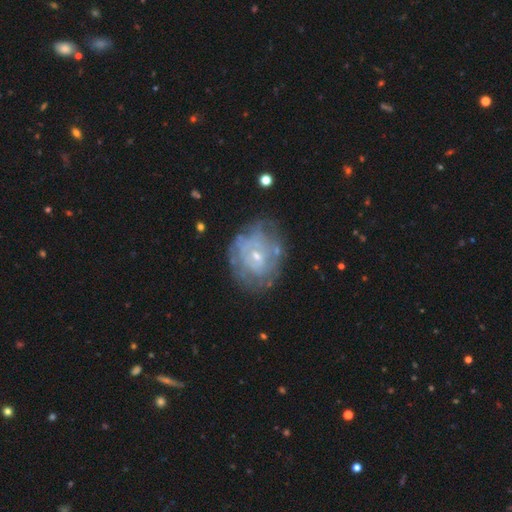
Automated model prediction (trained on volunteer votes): smooth_or_featured: featured or disk (p=0.69) [alt: smooth p=0.23]
disk_edge_on: no (p=0.97) [alt: yes p=0.03]
bar: no (p=0.61) [alt: weak p=0.33]
has_spiral_arms: yes (p=0.58) [alt: no p=0.42]
bulge_size: small (p=0.68) [alt: moderate p=0.27]
merging: none (p=0.62) [alt: minor disturbance p=0.22]